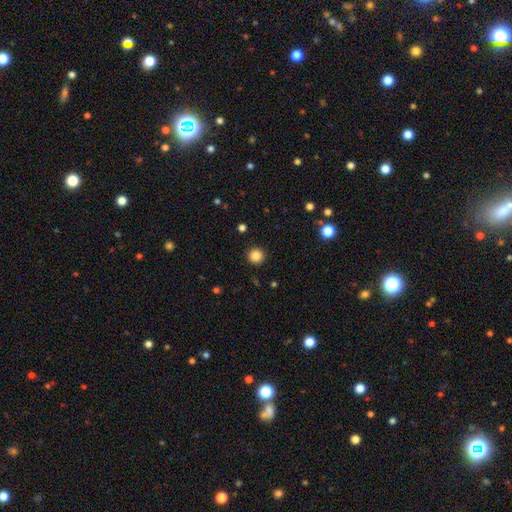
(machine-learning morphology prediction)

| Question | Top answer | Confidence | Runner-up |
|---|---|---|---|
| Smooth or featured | smooth | 85% | star or artifact (11%) |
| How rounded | round | 95% | in between (4%) |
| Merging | none | 92% | minor disturbance (5%) |